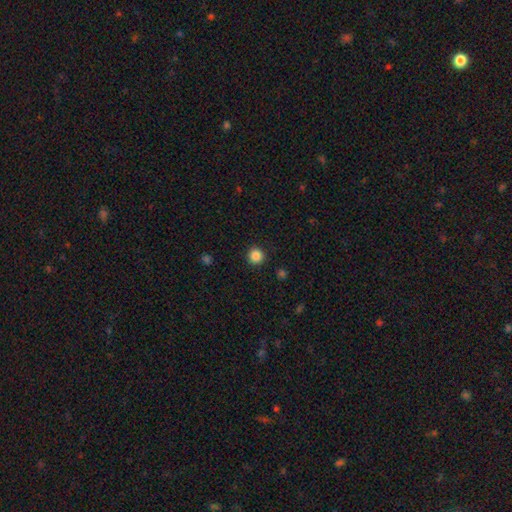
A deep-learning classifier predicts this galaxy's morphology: Smooth or featured: smooth — 86% (star or artifact — 11%)
How rounded: round — 95% (in between — 4%)
Merging: none — 92% (minor disturbance — 5%)